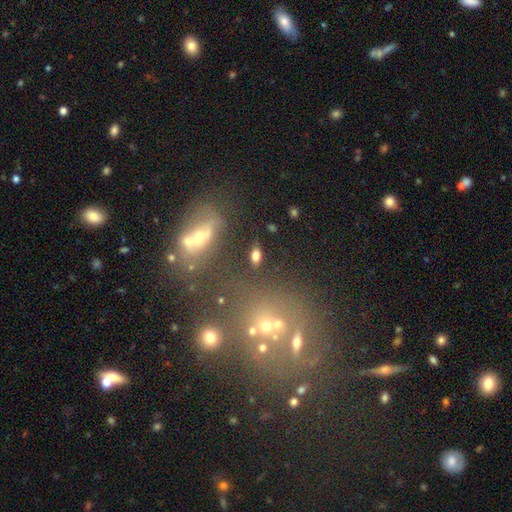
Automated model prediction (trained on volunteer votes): A smooth galaxy with no disk features (71%) that is in between round and cigar-shaped (85%). Merging: none (78%).